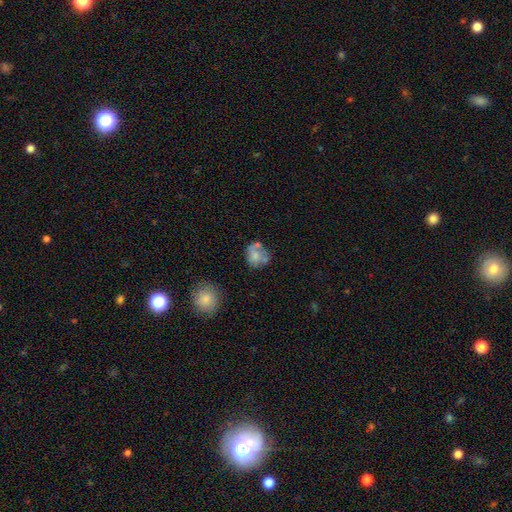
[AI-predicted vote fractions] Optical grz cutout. It shows a smooth galaxy with no disk features (59%) that is round (64%). Merging: none (42%).